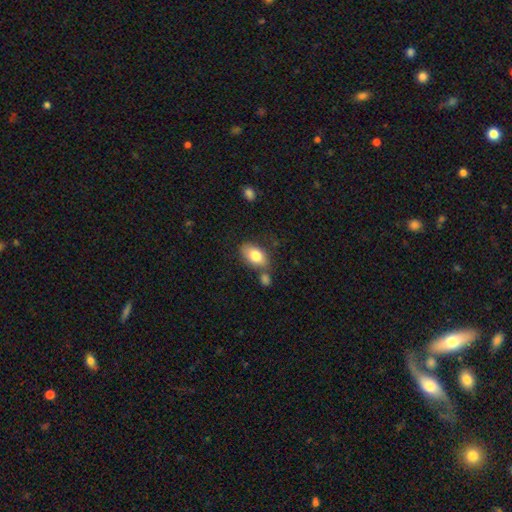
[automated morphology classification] Q: Smooth or featured?
A: smooth (80%); runner-up: featured or disk (13%)
Q: How rounded?
A: in between (89%); runner-up: round (9%)
Q: Merging?
A: none (63%); runner-up: merger (16%)